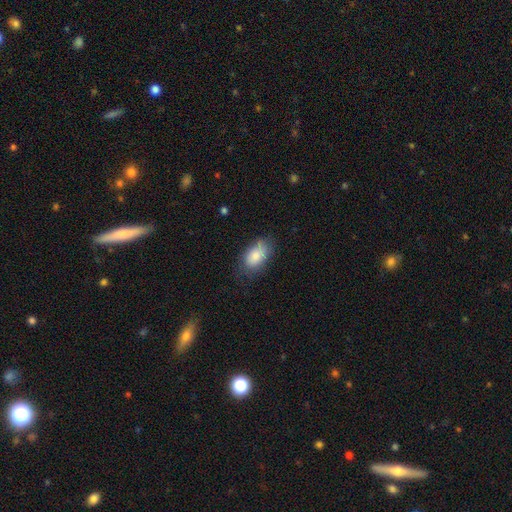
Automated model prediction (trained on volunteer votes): Morphology: type=smooth (82%); roundness=in between (92%); merging=none (66%).